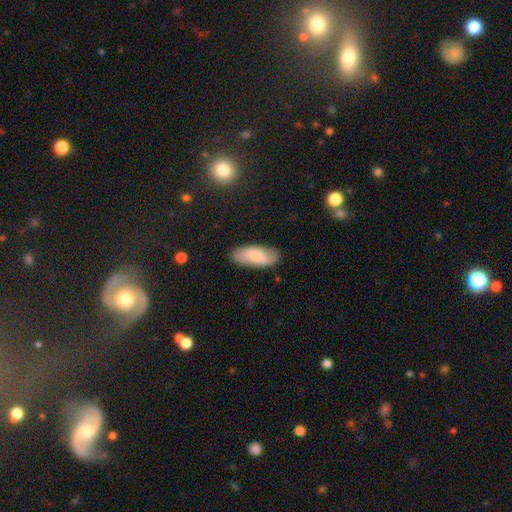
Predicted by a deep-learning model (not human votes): Morphology: type=smooth (75%); roundness=in between (84%); merging=none (84%).